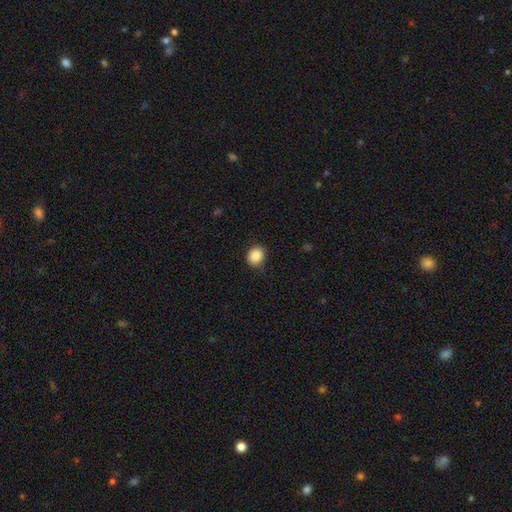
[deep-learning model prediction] This is clearly a smooth galaxy (88%). How rounded: likely round (65%). Merging: clearly none (84%).